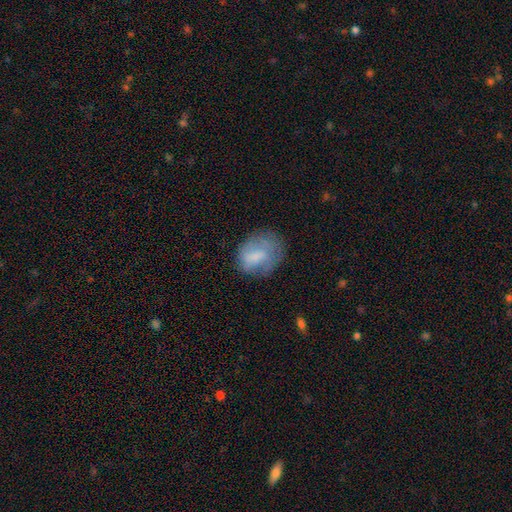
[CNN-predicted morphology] smooth_or_featured: smooth (p=0.66) [alt: featured or disk p=0.25]
how_rounded: in between (p=0.61) [alt: round p=0.37]
merging: none (p=0.57) [alt: minor disturbance p=0.26]